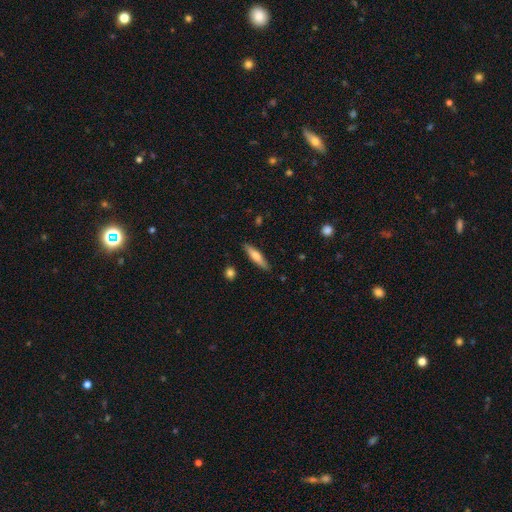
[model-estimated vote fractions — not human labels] Smooth or featured? Predicted: smooth (p=0.62). How rounded? Predicted: cigar-shaped (p=0.84). Merging? Predicted: none (p=0.87).